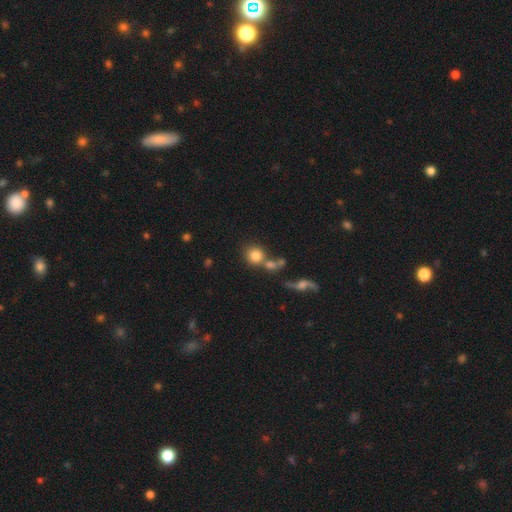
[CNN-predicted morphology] Smooth or featured: smooth — 78% (featured or disk — 12%)
How rounded: round — 90% (in between — 8%)
Merging: none — 55% (merger — 29%)